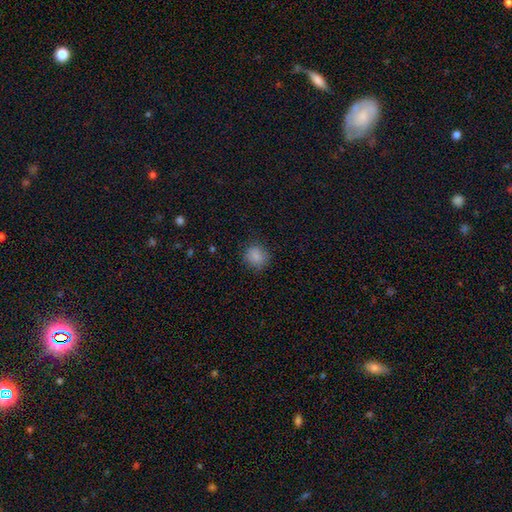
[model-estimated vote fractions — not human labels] Smooth or featured? smooth (85%)
How rounded? round (78%)
Merging? none (83%)